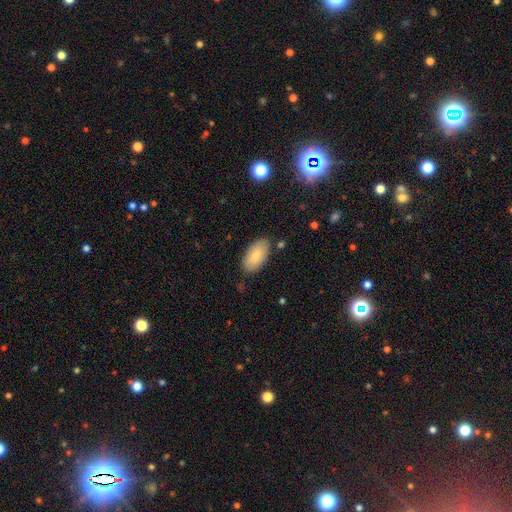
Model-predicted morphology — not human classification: Smooth or featured: smooth — 83% (featured or disk — 11%)
How rounded: in between — 95% (cigar-shaped — 3%)
Merging: none — 82% (minor disturbance — 14%)